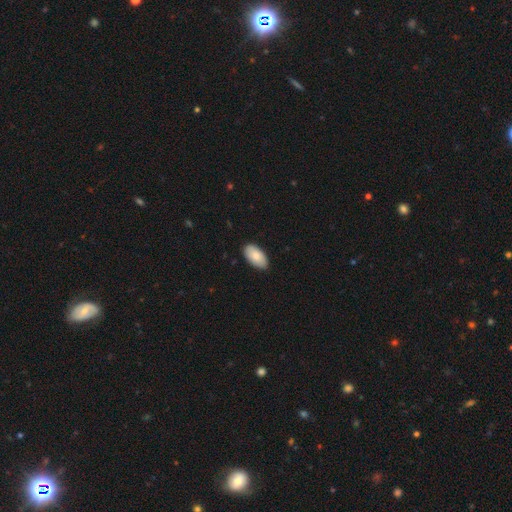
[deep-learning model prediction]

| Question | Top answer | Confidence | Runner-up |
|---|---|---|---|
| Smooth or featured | smooth | 84% | featured or disk (10%) |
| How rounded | in between | 96% | round (2%) |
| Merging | none | 86% | minor disturbance (11%) |